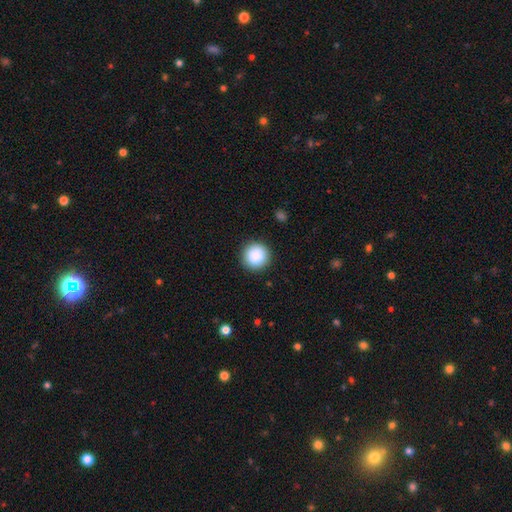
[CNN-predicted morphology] A smooth galaxy with no disk features (89%) that is round (96%). Merging: none (91%).